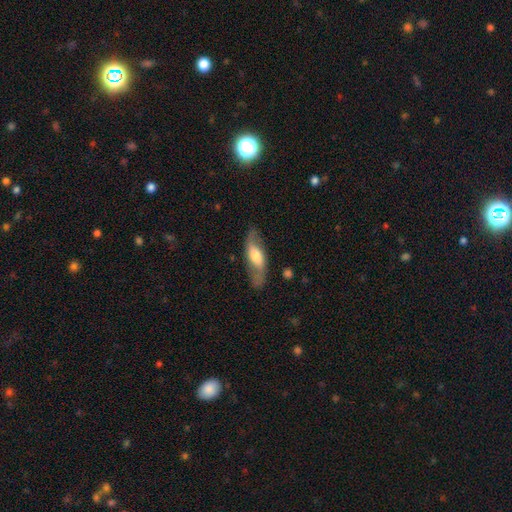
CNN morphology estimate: A featured or disk galaxy (57%).

Vote fractions:
- Smooth or featured? featured or disk: 57% / smooth: 38% / star or artifact: 6%
- Edge-on disk? no: 73% / yes: 27%
- Merging? none: 74% / minor disturbance: 17% / major disturbance: 7% / merger: 2%